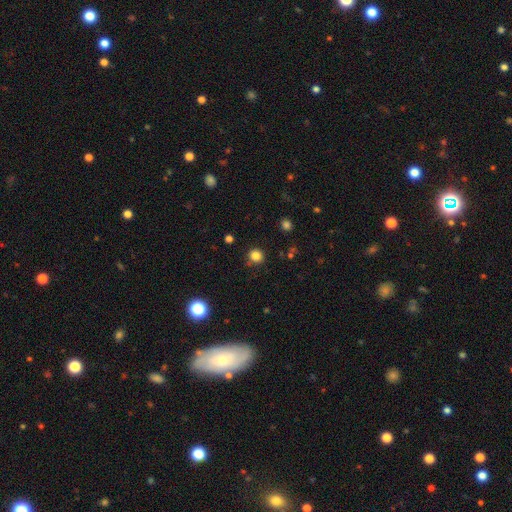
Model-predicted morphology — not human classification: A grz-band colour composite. It shows a smooth galaxy with no disk features (83%) that is round (91%). Merging: none (87%).